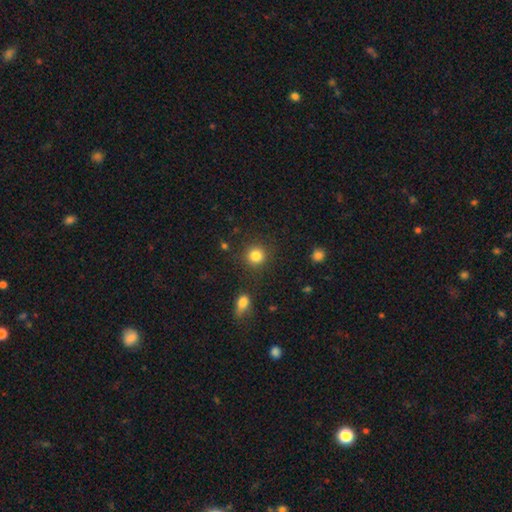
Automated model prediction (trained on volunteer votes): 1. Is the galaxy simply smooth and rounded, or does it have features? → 84% smooth, 11% star or artifact, 5% featured or disk.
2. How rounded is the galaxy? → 91% round, 8% in between, 1% cigar-shaped.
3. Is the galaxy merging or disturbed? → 86% none, 7% minor disturbance, 4% merger, 3% major disturbance.